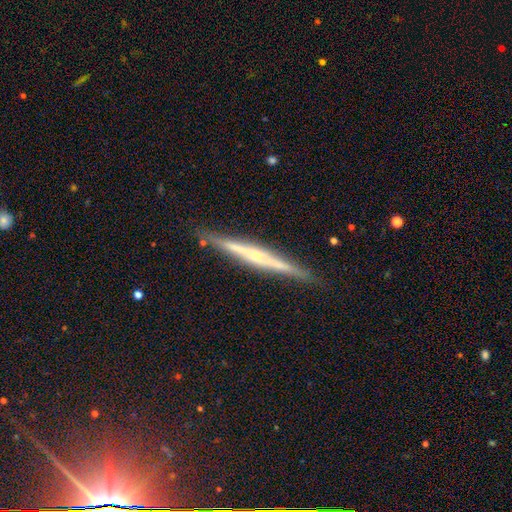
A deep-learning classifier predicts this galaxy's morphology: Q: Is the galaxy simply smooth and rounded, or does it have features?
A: featured or disk — 74%.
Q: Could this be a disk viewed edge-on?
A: yes — 98%.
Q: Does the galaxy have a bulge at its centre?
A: rounded — 50%.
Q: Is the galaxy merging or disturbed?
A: none — 89%.